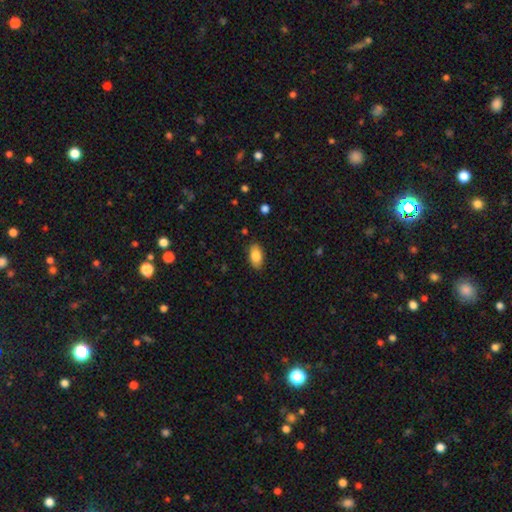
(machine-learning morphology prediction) Smooth or featured: smooth — 85% (featured or disk — 8%)
How rounded: in between — 92% (round — 4%)
Merging: none — 87% (minor disturbance — 10%)